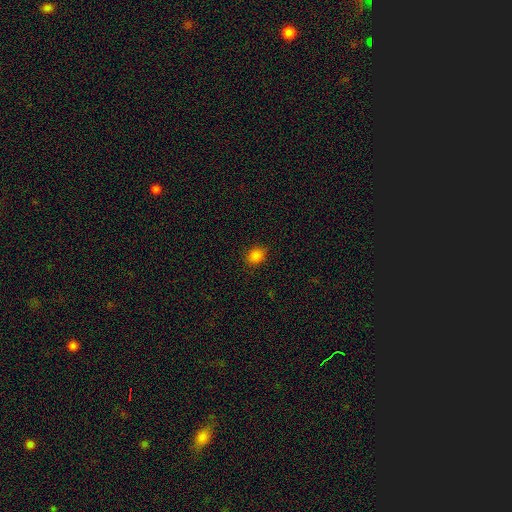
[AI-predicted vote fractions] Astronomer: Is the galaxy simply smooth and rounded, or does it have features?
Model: smooth — 84%.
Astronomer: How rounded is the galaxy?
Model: round — 53% (runner-up: in between, 46%).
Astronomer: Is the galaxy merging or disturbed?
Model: none — 86%.